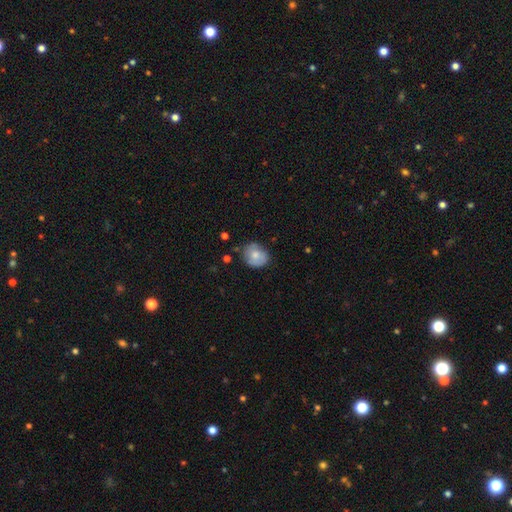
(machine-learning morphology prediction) smooth_or_featured: smooth (p=0.64) [alt: featured or disk p=0.28]
how_rounded: round (p=0.64) [alt: in between p=0.35]
merging: none (p=0.70) [alt: minor disturbance p=0.23]